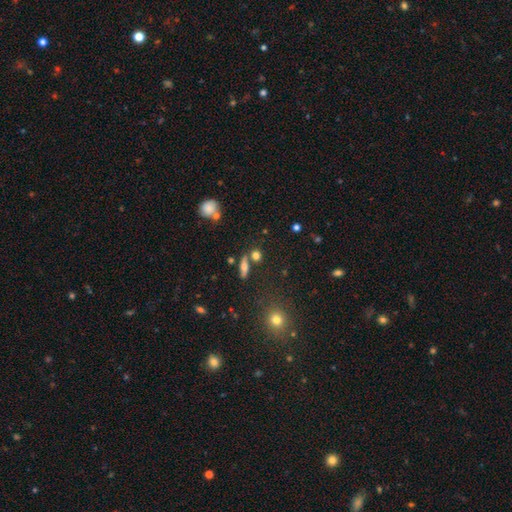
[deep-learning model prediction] Q: Smooth or featured?
A: smooth (66%); runner-up: featured or disk (19%)
Q: How rounded?
A: round (42%); runner-up: in between (36%)
Q: Merging?
A: none (65%); runner-up: merger (20%)